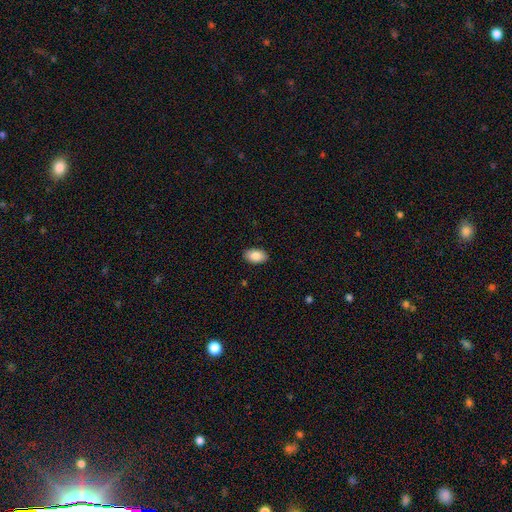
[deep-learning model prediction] Smooth or featured? smooth (87%)
How rounded? in between (93%)
Merging? none (89%)